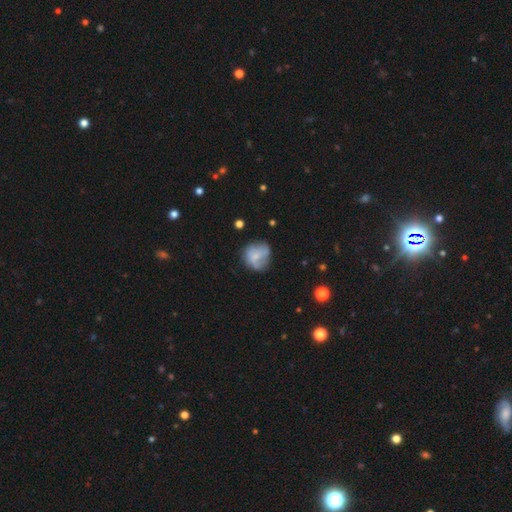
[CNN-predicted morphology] type=smooth (58%); roundness=round (78%); merging=none (53%).